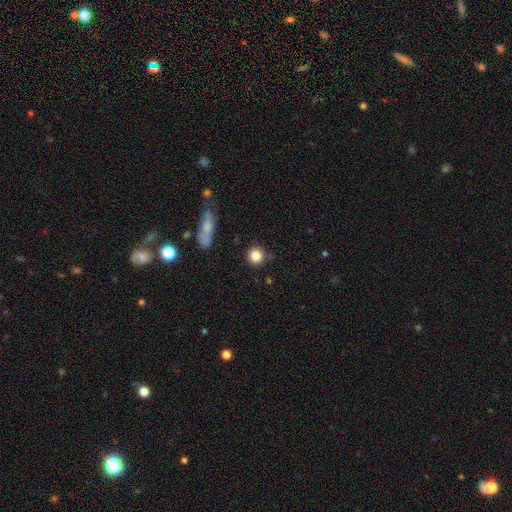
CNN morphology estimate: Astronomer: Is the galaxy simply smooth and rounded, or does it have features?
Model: smooth — 84%.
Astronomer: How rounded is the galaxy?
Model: round — 92%.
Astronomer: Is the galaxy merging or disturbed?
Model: none — 85%.